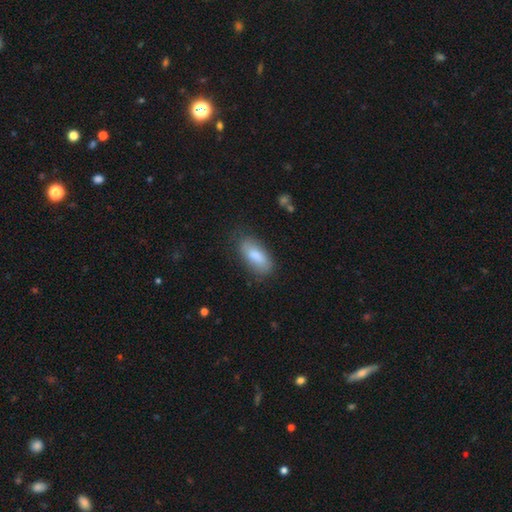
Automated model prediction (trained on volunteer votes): Morphology: type=smooth (84%); roundness=in between (85%); merging=none (73%).